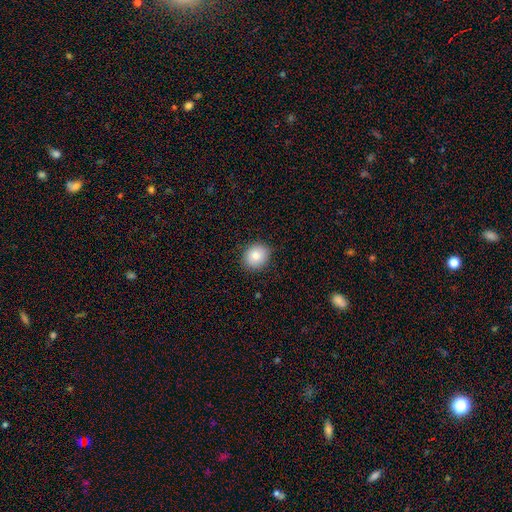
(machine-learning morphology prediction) Smooth or featured: smooth — 83% (star or artifact — 9%)
How rounded: round — 78% (in between — 21%)
Merging: none — 87% (minor disturbance — 10%)